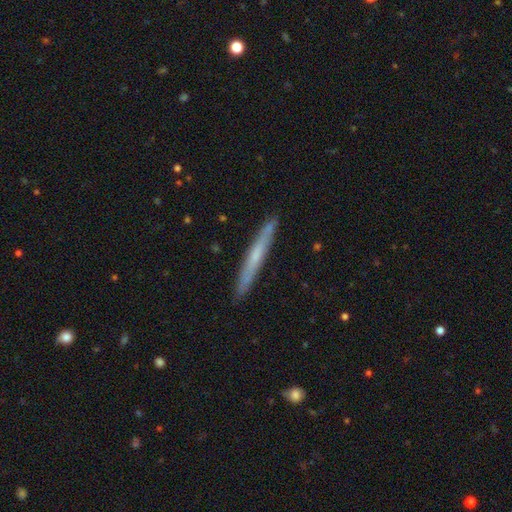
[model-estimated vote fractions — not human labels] Overall: featured or disk (48%; smooth 46%). Merging: none (90%).